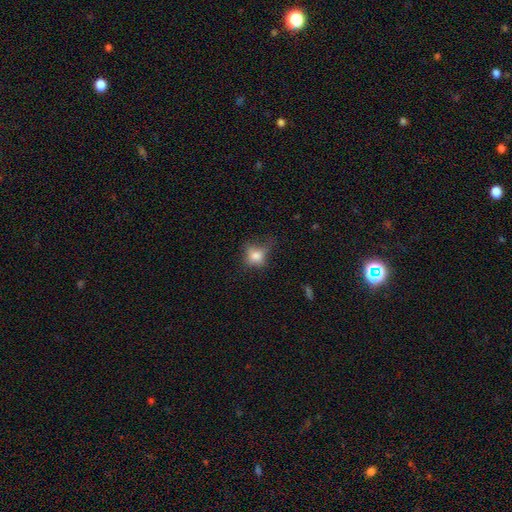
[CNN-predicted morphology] Q: Smooth or featured?
A: smooth (73%); runner-up: featured or disk (15%)
Q: How rounded?
A: round (57%); runner-up: in between (41%)
Q: Merging?
A: none (45%); runner-up: minor disturbance (31%)